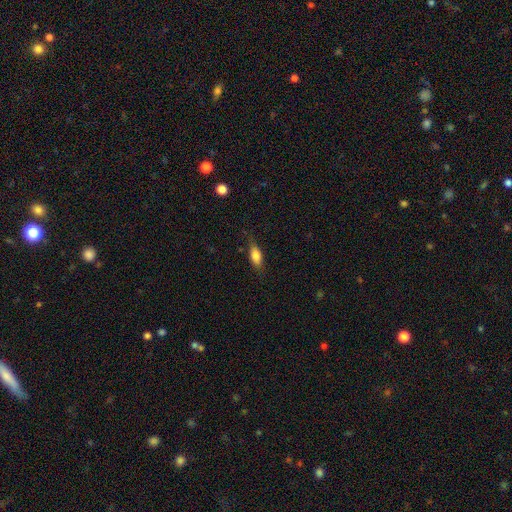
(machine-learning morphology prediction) Smooth or featured: smooth — 80% (featured or disk — 13%)
How rounded: in between — 78% (cigar-shaped — 17%)
Merging: none — 70% (minor disturbance — 22%)